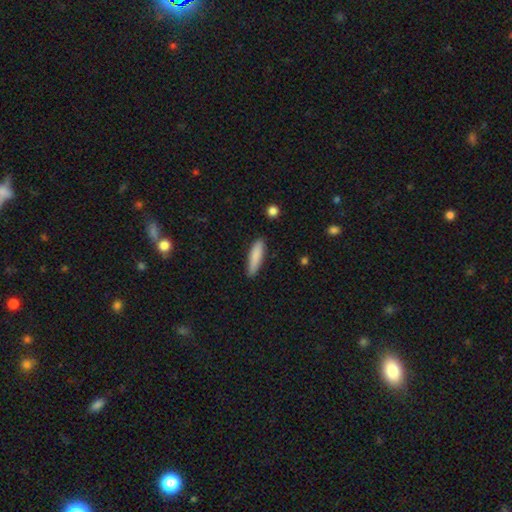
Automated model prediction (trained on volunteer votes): smooth 84%, featured or disk 10%, star or artifact 6%. Down the decision tree: how rounded — cigar-shaped (74%); merging — none (85%).